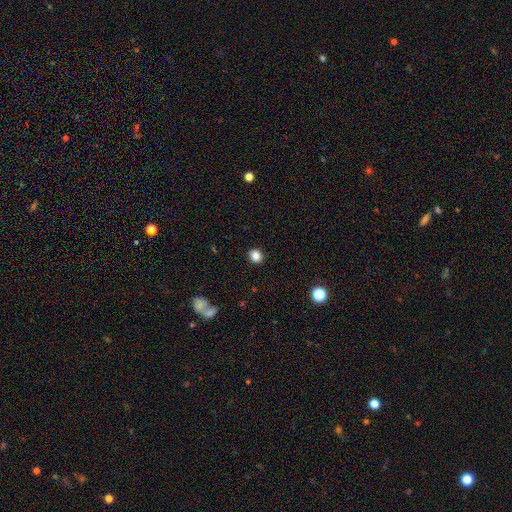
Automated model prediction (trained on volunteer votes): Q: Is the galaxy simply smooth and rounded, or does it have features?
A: smooth — 84%.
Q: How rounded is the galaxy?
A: round — 77%.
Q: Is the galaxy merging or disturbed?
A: none — 91%.